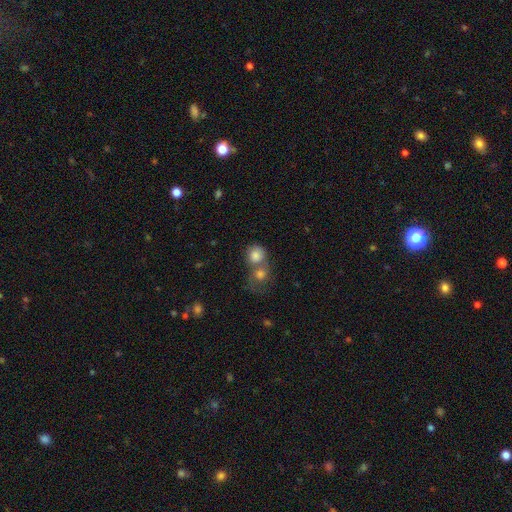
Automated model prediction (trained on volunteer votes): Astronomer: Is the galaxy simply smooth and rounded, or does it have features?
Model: smooth — 79%.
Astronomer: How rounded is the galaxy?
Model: round — 79%.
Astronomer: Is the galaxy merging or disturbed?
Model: merger — 62%.